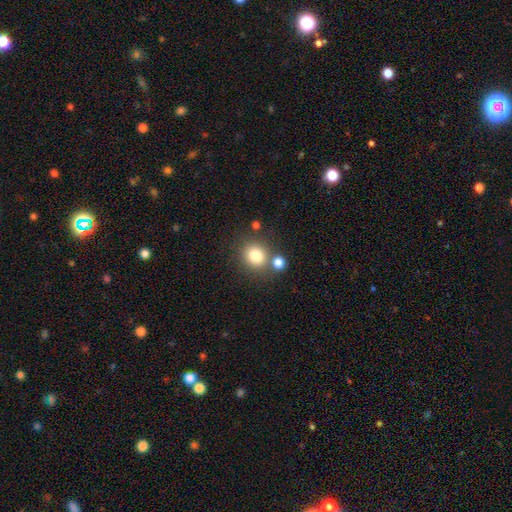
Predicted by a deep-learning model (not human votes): Q: Smooth or featured?
A: smooth (80%); runner-up: star or artifact (12%)
Q: How rounded?
A: round (83%); runner-up: in between (16%)
Q: Merging?
A: none (71%); runner-up: merger (16%)